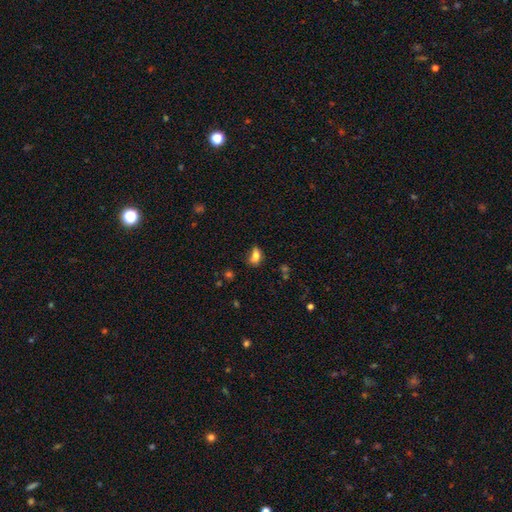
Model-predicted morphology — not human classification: Smooth or featured? Predicted: smooth (p=0.79). How rounded? Predicted: in between (p=0.82). Merging? Predicted: none (p=0.54).